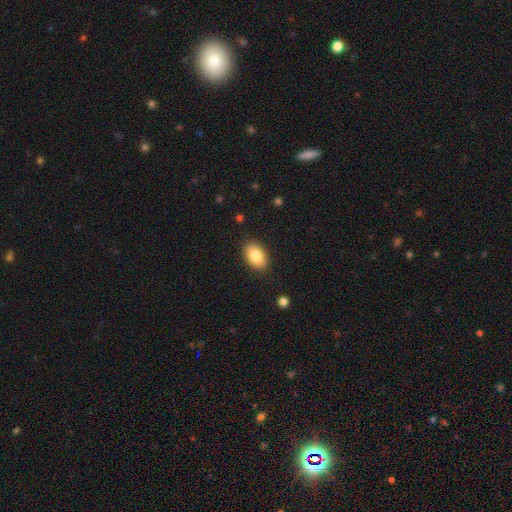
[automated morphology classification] A smooth galaxy with no disk features (85%) that is in between round and cigar-shaped (91%). Merging: none (88%).